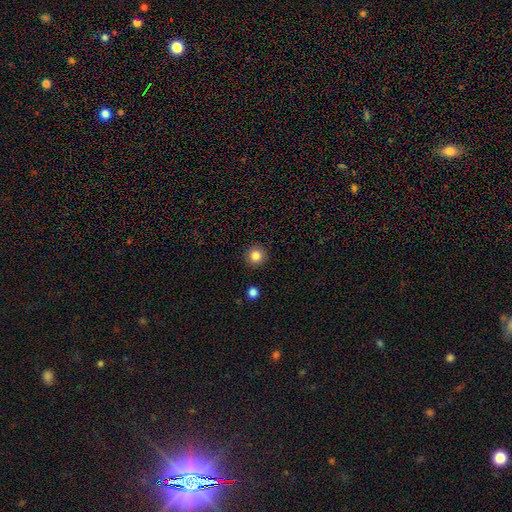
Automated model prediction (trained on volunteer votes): The model was most divided on "smooth or featured": smooth: 85%, star or artifact: 11%, featured or disk: 4%. More confident: how rounded — round (95%); merging — none (92%).